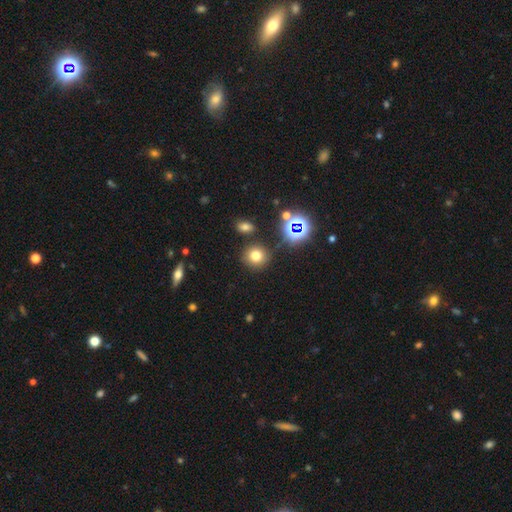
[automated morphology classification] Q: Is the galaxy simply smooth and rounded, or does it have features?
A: smooth — 70%.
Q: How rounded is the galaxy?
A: round — 89%.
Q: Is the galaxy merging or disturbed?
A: none — 83%.